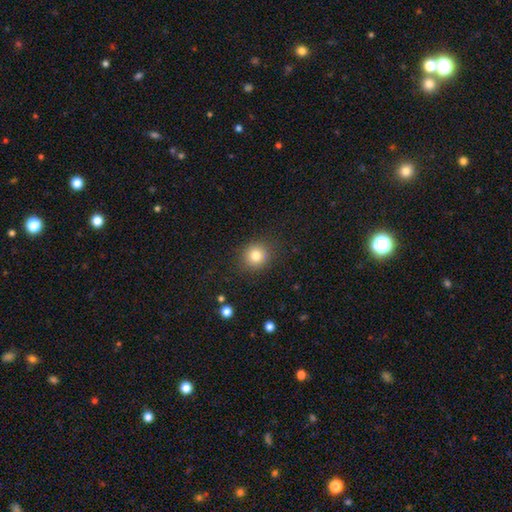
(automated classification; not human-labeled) Q: Smooth or featured?
A: smooth (81%); runner-up: star or artifact (12%)
Q: How rounded?
A: round (87%); runner-up: in between (12%)
Q: Merging?
A: none (87%); runner-up: minor disturbance (9%)